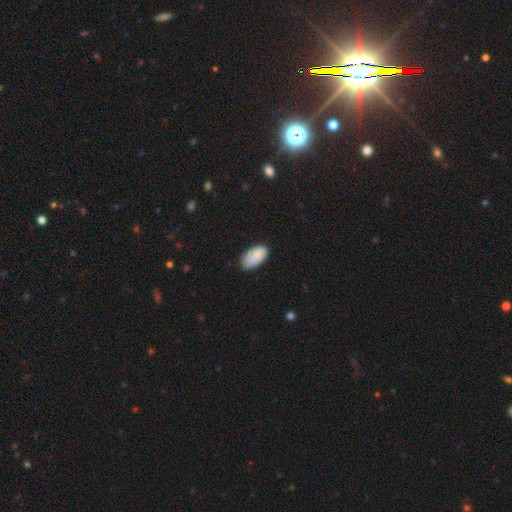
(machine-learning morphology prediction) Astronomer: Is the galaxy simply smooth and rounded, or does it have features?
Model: smooth — 88%.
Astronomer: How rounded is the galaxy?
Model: in between — 95%.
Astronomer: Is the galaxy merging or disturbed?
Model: none — 72%.